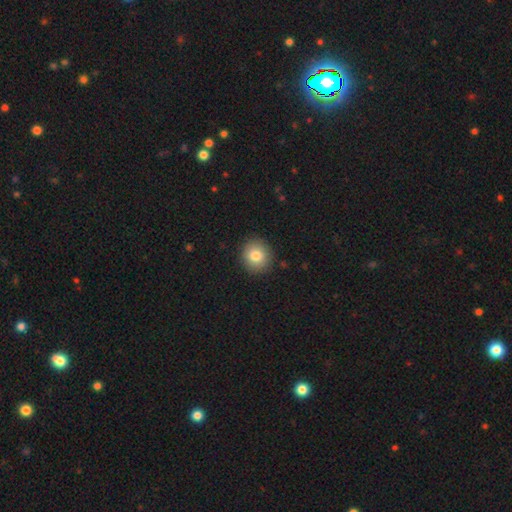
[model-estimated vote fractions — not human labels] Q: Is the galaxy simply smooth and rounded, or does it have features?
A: smooth — 82%.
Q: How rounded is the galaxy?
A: round — 87%.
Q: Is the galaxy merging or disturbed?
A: none — 91%.